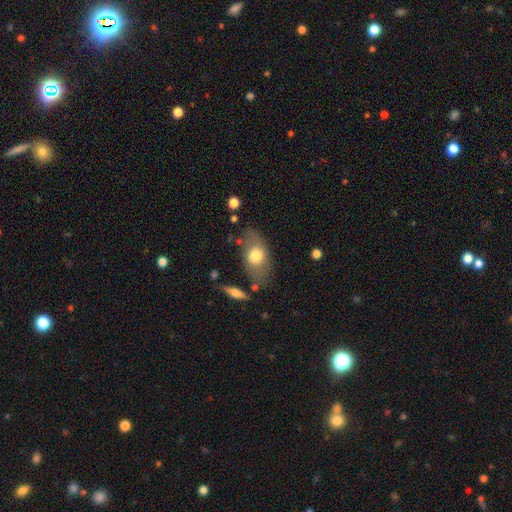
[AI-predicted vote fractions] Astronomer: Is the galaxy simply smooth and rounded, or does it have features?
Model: smooth — 68%.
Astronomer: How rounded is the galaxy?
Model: in between — 83%.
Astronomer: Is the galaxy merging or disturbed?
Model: none — 66%.